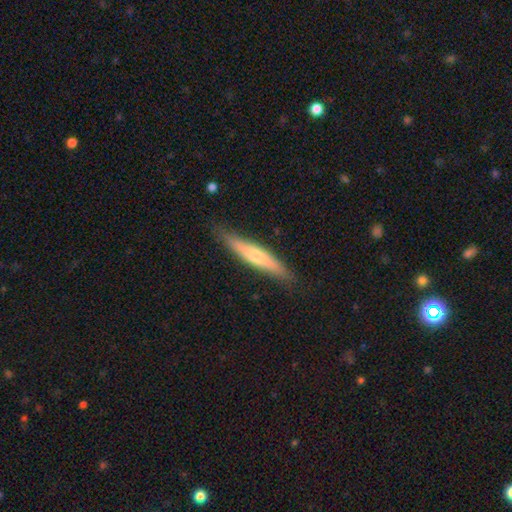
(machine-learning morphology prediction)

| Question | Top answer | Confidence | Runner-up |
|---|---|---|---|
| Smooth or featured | smooth | 50% | featured or disk (44%) |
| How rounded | cigar-shaped | 88% | in between (11%) |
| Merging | none | 84% | minor disturbance (12%) |